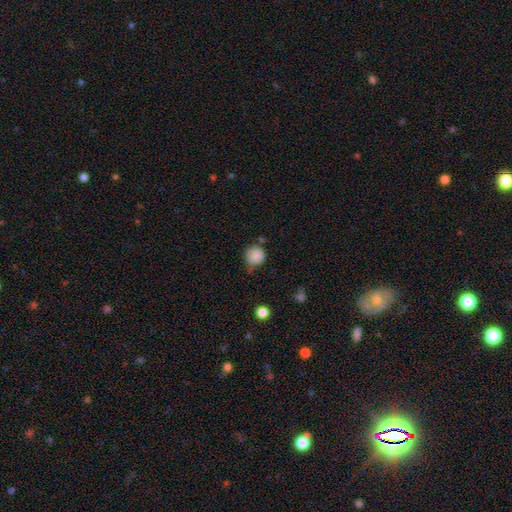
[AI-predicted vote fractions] smooth 86%, star or artifact 10%, featured or disk 5%. Down the decision tree: how rounded — round (91%); merging — none (62%).